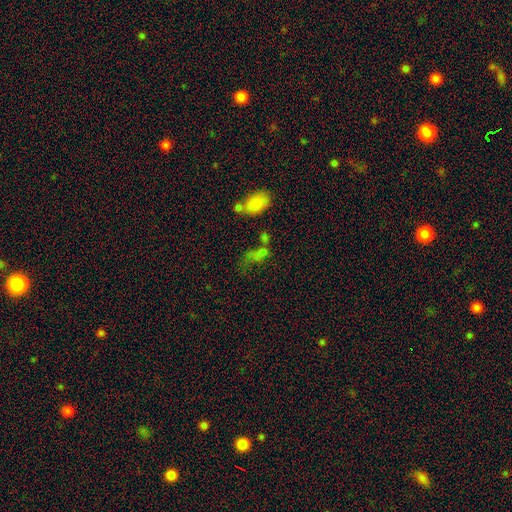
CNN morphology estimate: This appears to be a smooth galaxy with no disk features (48%). Merging: none (42%).